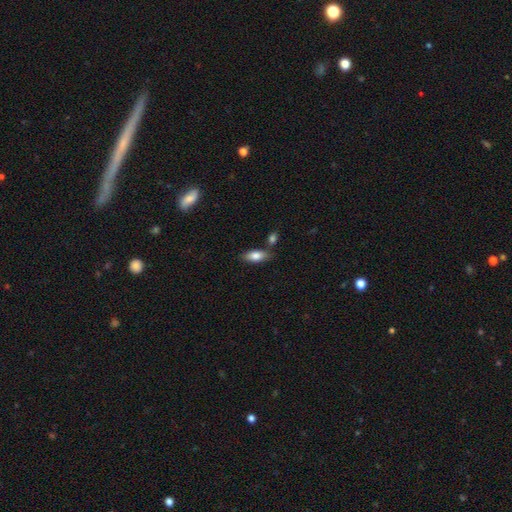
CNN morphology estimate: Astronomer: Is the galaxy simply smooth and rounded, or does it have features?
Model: smooth — 80%.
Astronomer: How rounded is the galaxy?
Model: in between — 84%.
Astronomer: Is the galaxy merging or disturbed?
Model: none — 73%.